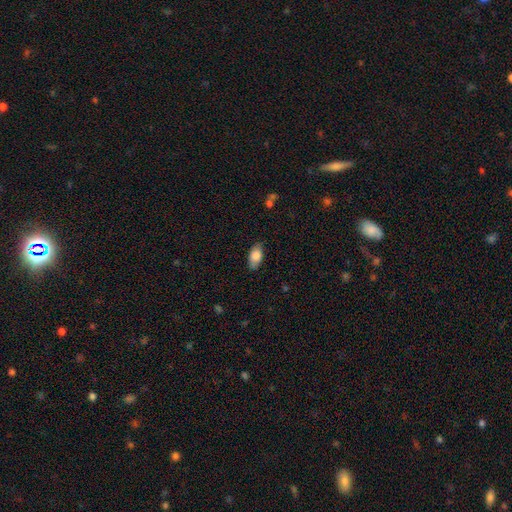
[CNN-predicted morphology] smooth_or_featured: smooth (p=0.81) [alt: featured or disk p=0.12]
how_rounded: in between (p=0.91) [alt: cigar-shaped p=0.05]
merging: none (p=0.80) [alt: minor disturbance p=0.16]